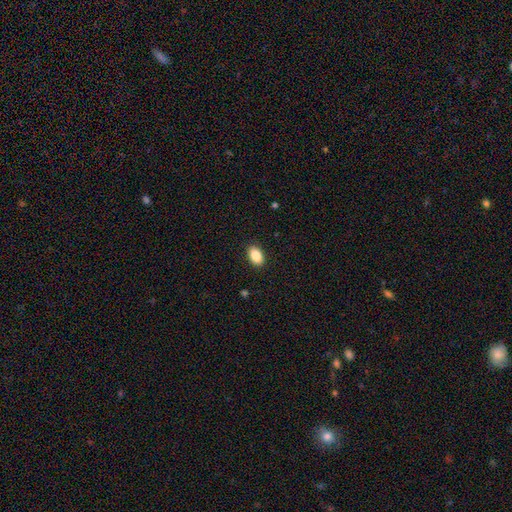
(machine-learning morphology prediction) A smooth galaxy with no disk features (88%) that is in between round and cigar-shaped (90%). Merging: none (90%).